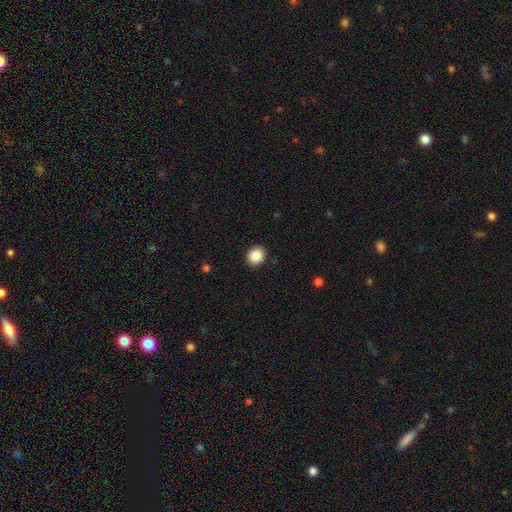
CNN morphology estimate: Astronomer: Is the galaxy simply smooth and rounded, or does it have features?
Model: smooth — 88%.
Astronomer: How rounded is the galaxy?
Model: round — 70%.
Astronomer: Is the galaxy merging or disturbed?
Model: none — 91%.